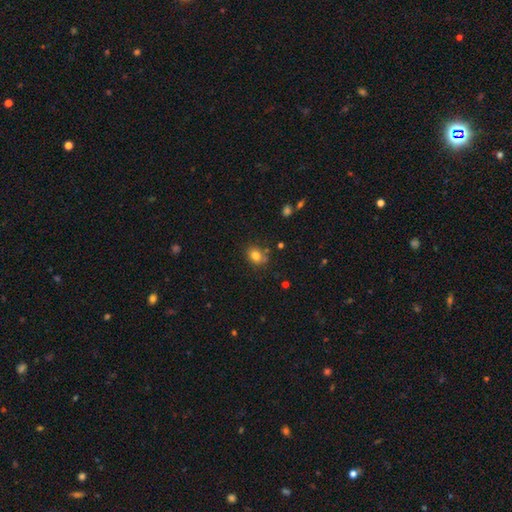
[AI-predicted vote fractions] A smooth galaxy with no disk features (80%) that is round (58%).

Vote fractions:
- Smooth or featured? smooth: 80% / star or artifact: 12% / featured or disk: 8%
- How rounded? round: 58% / in between: 41% / cigar-shaped: 1%
- Merging? none: 73% / minor disturbance: 16% / merger: 7% / major disturbance: 4%